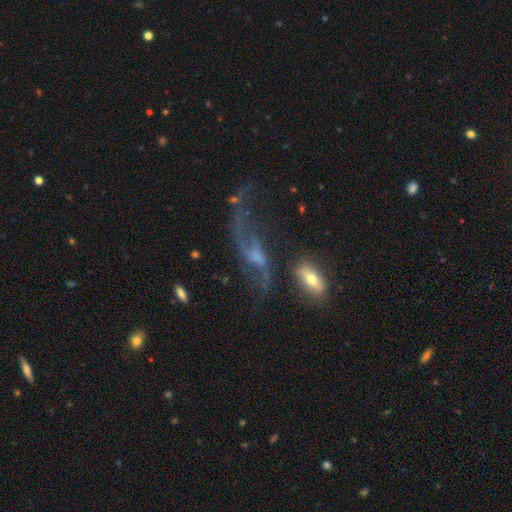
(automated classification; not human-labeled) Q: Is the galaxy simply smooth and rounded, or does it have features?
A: featured or disk — 71%.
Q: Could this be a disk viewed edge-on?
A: no — 87%.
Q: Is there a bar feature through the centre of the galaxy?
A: no — 50%.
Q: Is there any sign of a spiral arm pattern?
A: yes — 80%.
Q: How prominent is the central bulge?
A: small — 38%.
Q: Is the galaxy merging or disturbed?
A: major disturbance — 36%, tied with none.